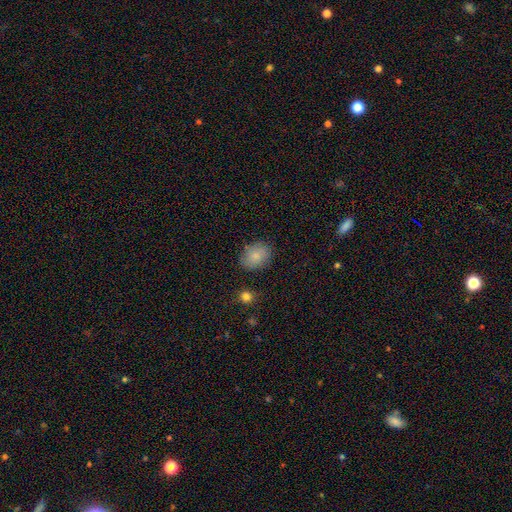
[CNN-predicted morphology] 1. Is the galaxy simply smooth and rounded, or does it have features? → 85% smooth, 8% featured or disk, 8% star or artifact.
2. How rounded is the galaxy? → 69% in between, 30% round, 1% cigar-shaped.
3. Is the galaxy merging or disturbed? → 82% none, 13% minor disturbance, 3% major disturbance, 2% merger.